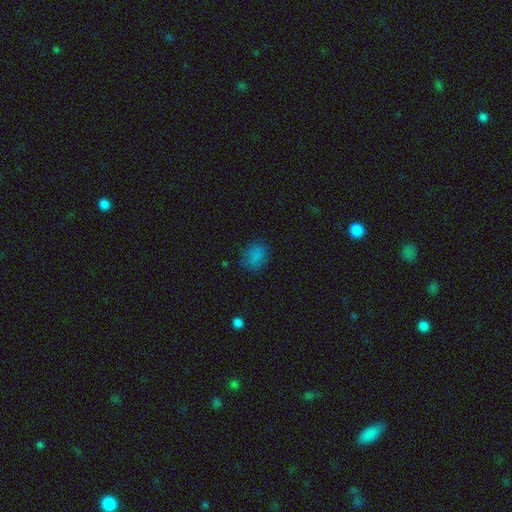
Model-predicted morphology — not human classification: Smooth or featured? Predicted: smooth (p=0.80). How rounded? Predicted: in between (p=0.55). Merging? Predicted: none (p=0.77).